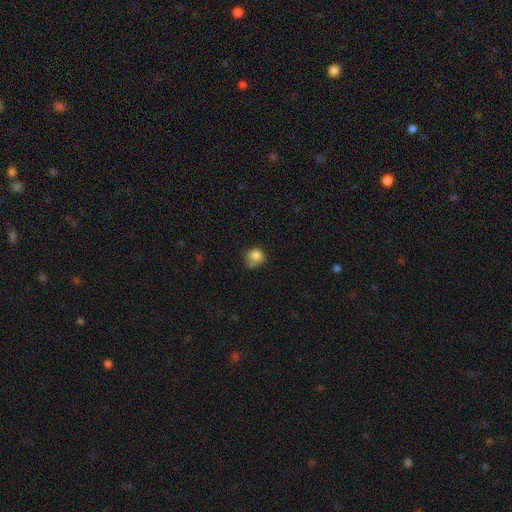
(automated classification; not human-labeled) This is clearly a smooth galaxy (82%). How rounded: likely round (73%). Merging: possibly none (47%).